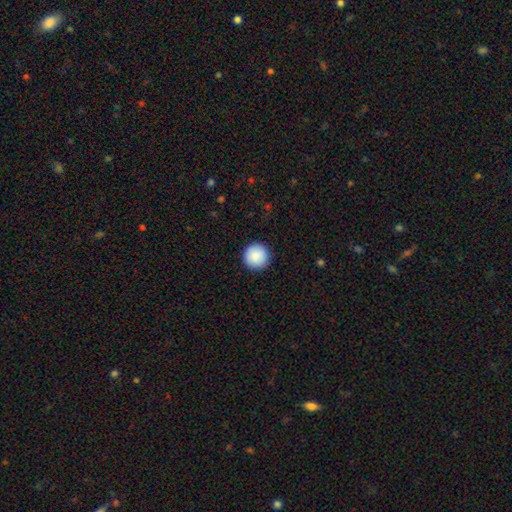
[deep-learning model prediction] A smooth galaxy with no disk features (89%) that is round (97%).

Vote fractions:
- Smooth or featured? smooth: 89% / star or artifact: 7% / featured or disk: 4%
- How rounded? round: 97% / in between: 2% / cigar-shaped: 1%
- Merging? none: 93% / minor disturbance: 5% / major disturbance: 2% / merger: 1%